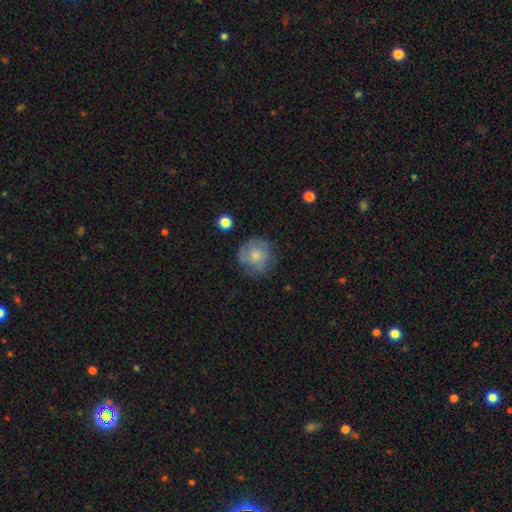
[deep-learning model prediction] smooth-or-featured: smooth: 58% | featured or disk: 33% | star or artifact: 9%
  how-rounded: round: 90% | in between: 9% | cigar-shaped: 1%
  merging: none: 68% | minor disturbance: 21% | major disturbance: 9% | merger: 2%